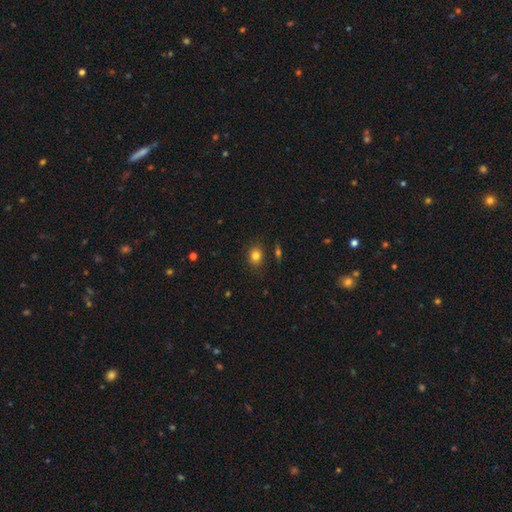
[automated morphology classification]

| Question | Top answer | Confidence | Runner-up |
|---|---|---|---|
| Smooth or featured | smooth | 82% | star or artifact (12%) |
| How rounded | round | 64% | in between (35%) |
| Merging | none | 83% | minor disturbance (11%) |